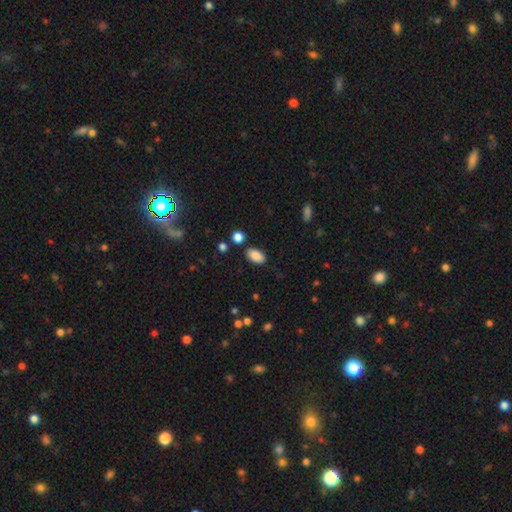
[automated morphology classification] smooth 88%, star or artifact 8%, featured or disk 4%. Down the decision tree: how rounded — in between (93%); merging — none (85%).